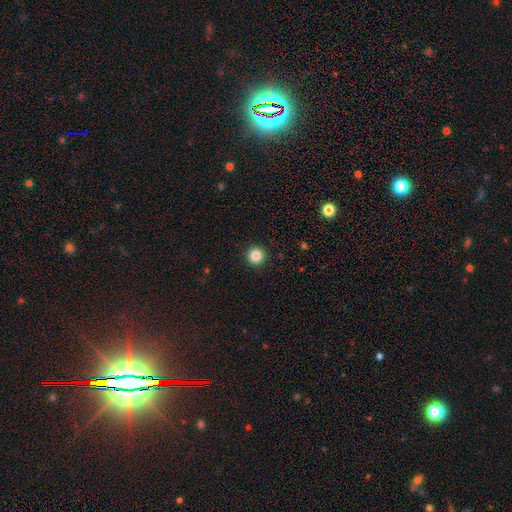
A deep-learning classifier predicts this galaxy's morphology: smooth_or_featured: smooth (p=0.84) [alt: star or artifact p=0.11]
how_rounded: round (p=0.96) [alt: in between p=0.03]
merging: none (p=0.93) [alt: minor disturbance p=0.04]